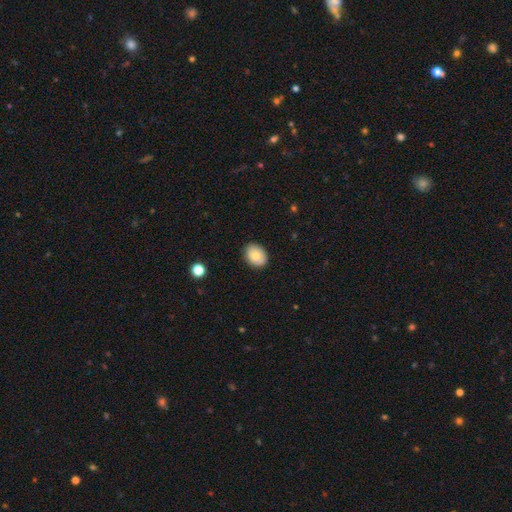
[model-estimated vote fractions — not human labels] A smooth galaxy with no disk features (79%) that is in between round and cigar-shaped (67%). Merging: none (85%).